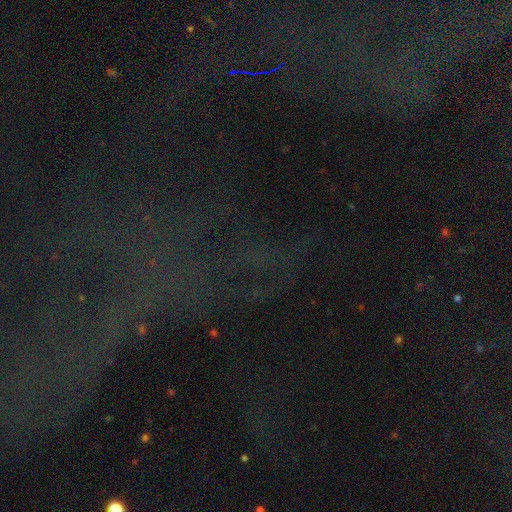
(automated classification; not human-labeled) Q: Smooth or featured?
A: star or artifact (74%); runner-up: featured or disk (14%)